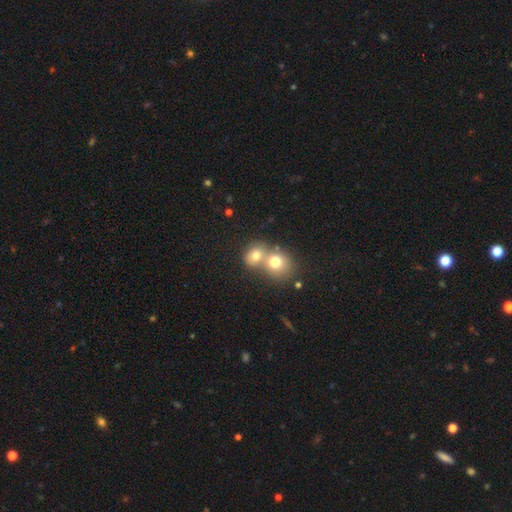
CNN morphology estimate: smooth-or-featured: smooth: 74% | featured or disk: 14% | star or artifact: 12%
  how-rounded: round: 66% | in between: 33% | cigar-shaped: 1%
  merging: merger: 60% | none: 31% | minor disturbance: 7% | major disturbance: 3%